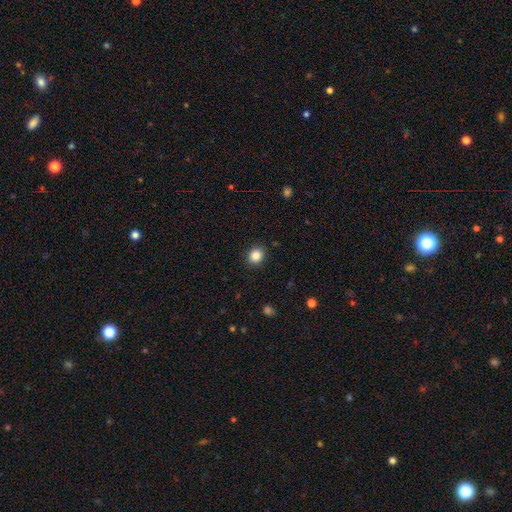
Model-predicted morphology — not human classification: smooth_or_featured: smooth (p=0.86) [alt: star or artifact p=0.10]
how_rounded: round (p=0.72) [alt: in between p=0.27]
merging: none (p=0.90) [alt: minor disturbance p=0.07]